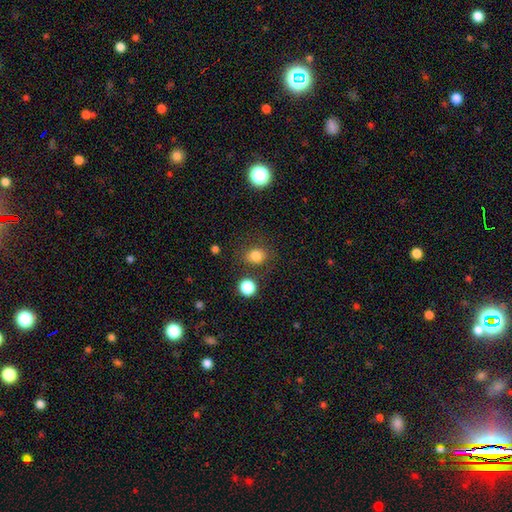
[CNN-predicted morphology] Q: Smooth or featured?
A: smooth (81%); runner-up: star or artifact (13%)
Q: How rounded?
A: round (59%); runner-up: in between (39%)
Q: Merging?
A: none (76%); runner-up: minor disturbance (13%)